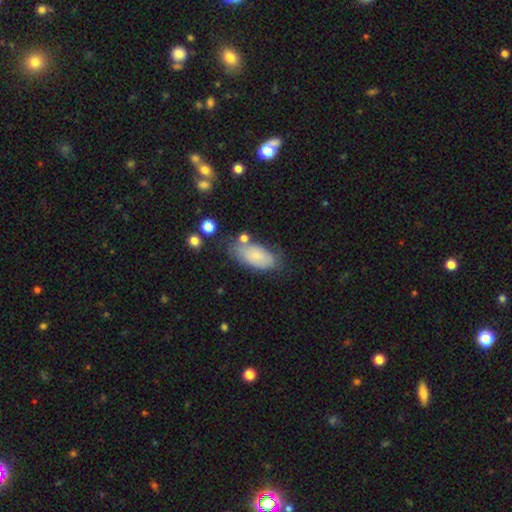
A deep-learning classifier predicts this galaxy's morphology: This is likely a smooth galaxy (70%). How rounded: clearly in between (92%). Merging: likely none (63%).